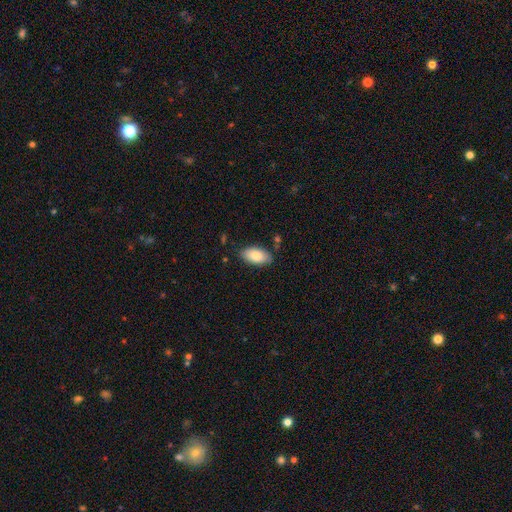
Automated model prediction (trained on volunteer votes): smooth_or_featured: smooth (p=0.84) [alt: featured or disk p=0.10]
how_rounded: in between (p=0.94) [alt: cigar-shaped p=0.03]
merging: none (p=0.82) [alt: minor disturbance p=0.13]